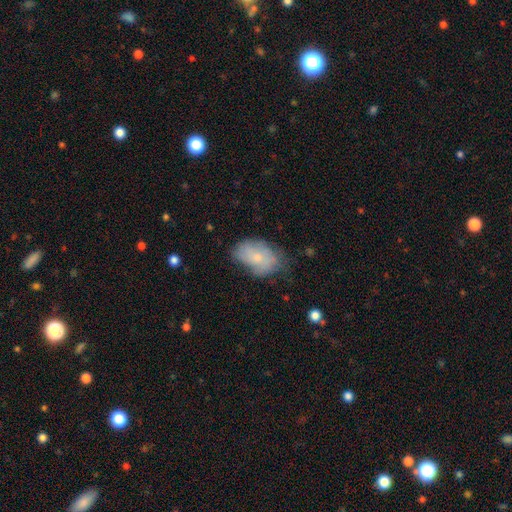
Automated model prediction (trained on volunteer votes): The model was most divided on "merging": none: 51%, minor disturbance: 35%, major disturbance: 12%, merger: 2%. More confident: how rounded — in between (88%); smooth or featured — smooth (64%).